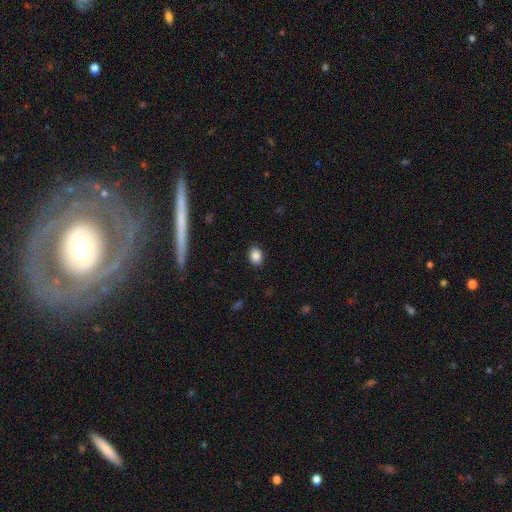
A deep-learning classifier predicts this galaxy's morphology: A smooth galaxy with no disk features (86%) that is in between round and cigar-shaped (58%).

Vote fractions:
- Smooth or featured? smooth: 86% / star or artifact: 9% / featured or disk: 5%
- How rounded? in between: 58% / round: 41% / cigar-shaped: 2%
- Merging? none: 89% / minor disturbance: 8% / major disturbance: 2% / merger: 1%